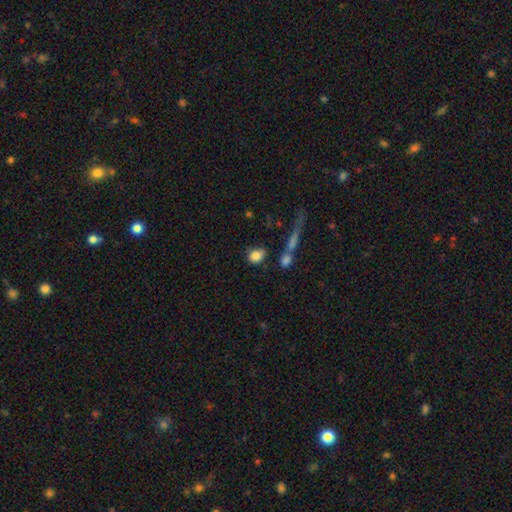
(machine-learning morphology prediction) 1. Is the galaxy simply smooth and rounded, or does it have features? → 84% smooth, 8% star or artifact, 7% featured or disk.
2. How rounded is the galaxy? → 55% in between, 42% round, 3% cigar-shaped.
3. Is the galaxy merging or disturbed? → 65% none, 16% minor disturbance, 13% merger, 7% major disturbance.